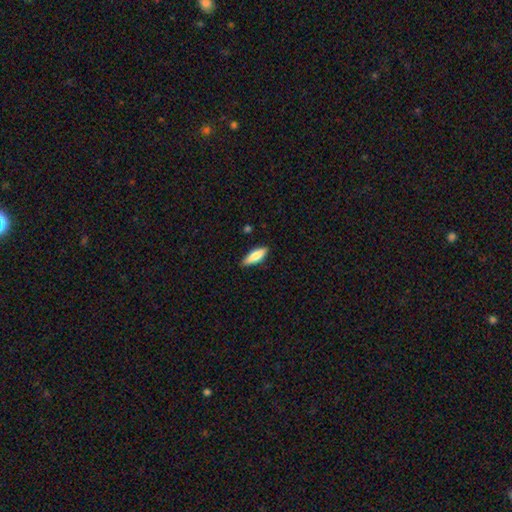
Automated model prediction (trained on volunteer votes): smooth_or_featured: smooth (p=0.76) [alt: featured or disk p=0.18]
how_rounded: in between (p=0.52) [alt: cigar-shaped p=0.46]
merging: none (p=0.86) [alt: minor disturbance p=0.11]